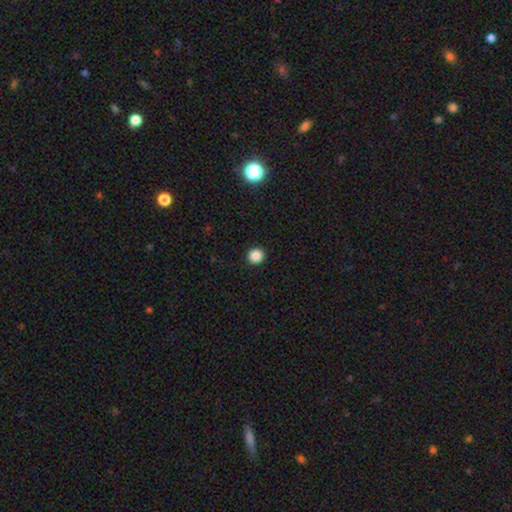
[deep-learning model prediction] smooth_or_featured: smooth (p=0.86) [alt: star or artifact p=0.11]
how_rounded: round (p=0.92) [alt: in between p=0.07]
merging: none (p=0.93) [alt: minor disturbance p=0.05]